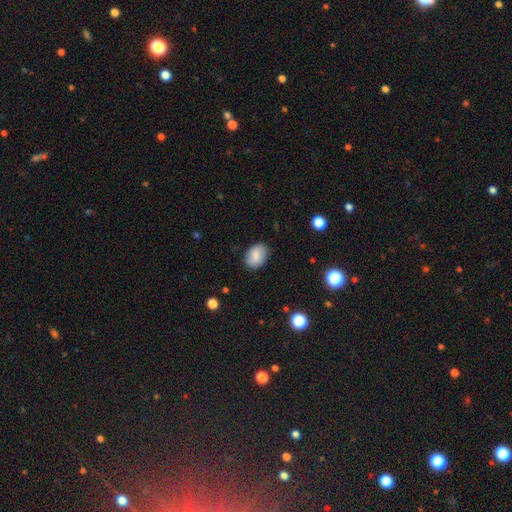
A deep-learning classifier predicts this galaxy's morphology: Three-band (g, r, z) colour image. It shows a smooth galaxy with no disk features (81%) that is in between round and cigar-shaped (79%). Merging: none (82%).